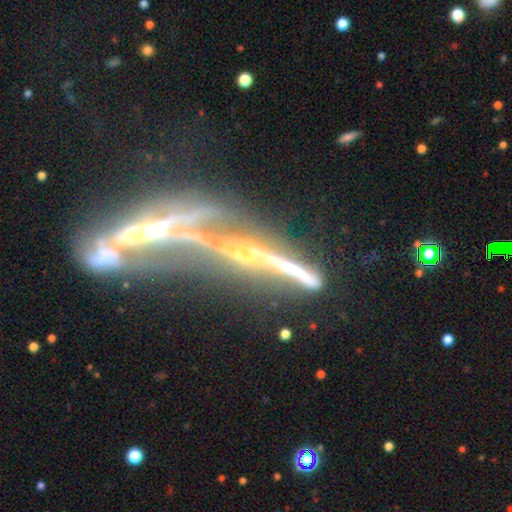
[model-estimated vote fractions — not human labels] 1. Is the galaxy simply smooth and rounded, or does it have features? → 79% featured or disk, 13% star or artifact, 9% smooth.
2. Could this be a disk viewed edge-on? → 80% yes, 20% no.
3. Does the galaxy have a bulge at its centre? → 47% rounded, 39% none, 14% boxy.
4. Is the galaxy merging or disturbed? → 46% merger, 24% none, 18% major disturbance, 13% minor disturbance.